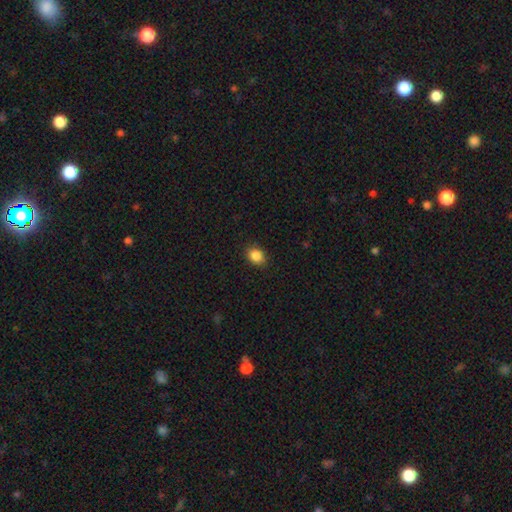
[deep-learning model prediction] Smooth or featured?
  - smooth: 87% *
  - star or artifact: 9%
  - featured or disk: 3%
How rounded?
  - in between: 56% *
  - round: 43%
  - cigar-shaped: 1%
Merging?
  - none: 89% *
  - minor disturbance: 8%
  - major disturbance: 2%
  - merger: 1%